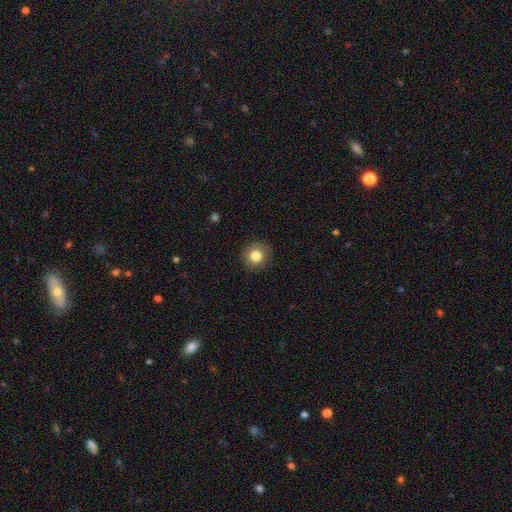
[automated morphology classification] This appears to be a smooth galaxy with no disk features (83%) that is round (90%). Merging: none (90%).